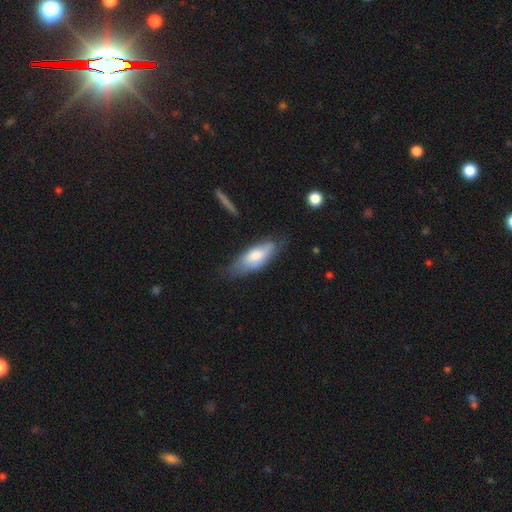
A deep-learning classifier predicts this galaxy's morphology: type=smooth (71%); roundness=in between (73%); merging=none (61%).